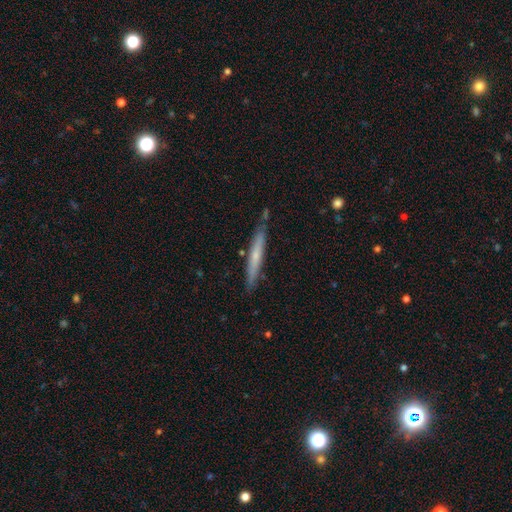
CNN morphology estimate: The model was most divided on "smooth or featured": smooth: 50%, featured or disk: 44%, star or artifact: 6%. More confident: how rounded — cigar-shaped (96%); merging — none (83%).